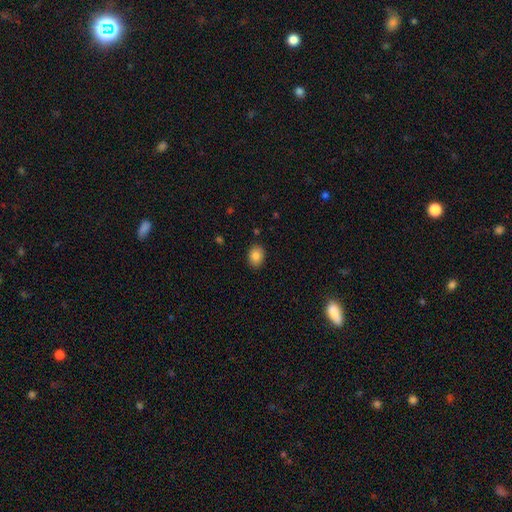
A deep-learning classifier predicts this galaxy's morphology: smooth_or_featured: smooth (p=0.85) [alt: star or artifact p=0.08]
how_rounded: in between (p=0.66) [alt: round p=0.33]
merging: none (p=0.88) [alt: minor disturbance p=0.09]